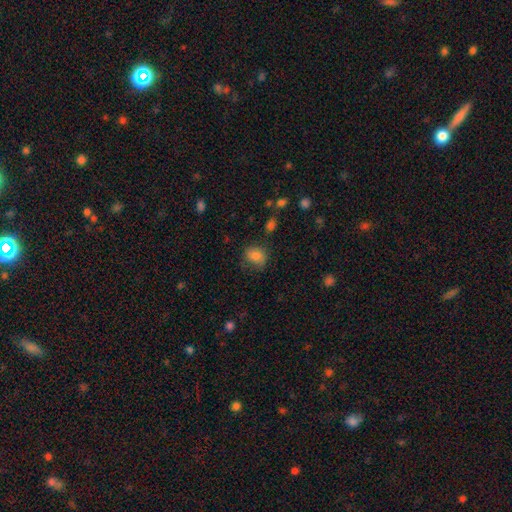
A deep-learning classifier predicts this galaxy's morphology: Smooth or featured? Predicted: smooth (p=0.81). How rounded? Predicted: round (p=0.63). Merging? Predicted: none (p=0.68).